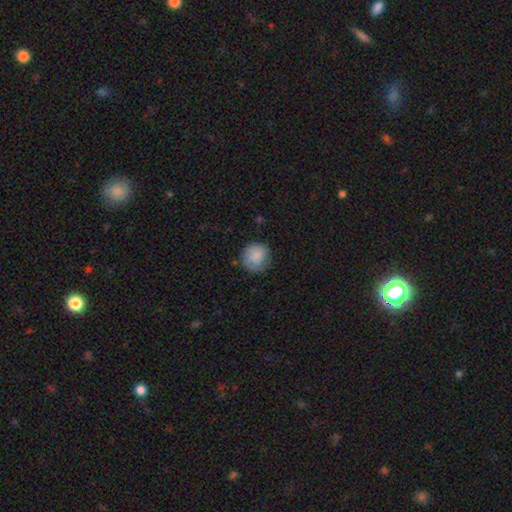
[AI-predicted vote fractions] smooth 82%, featured or disk 11%, star or artifact 7%. Down the decision tree: how rounded — round (89%); merging — none (73%).